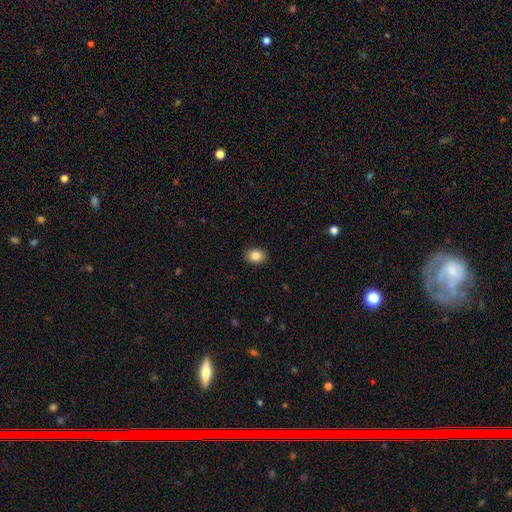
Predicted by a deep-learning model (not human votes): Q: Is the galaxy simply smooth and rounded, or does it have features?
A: smooth — 85%.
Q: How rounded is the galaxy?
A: in between — 60%.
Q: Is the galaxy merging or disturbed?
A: none — 89%.